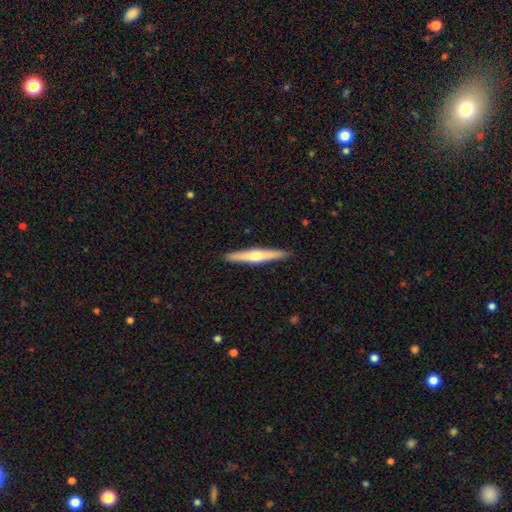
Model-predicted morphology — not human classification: This is possibly a featured or disk galaxy (58%). It is clearly viewed edge-on (97%). Edge-on bulge: clearly rounded (88%). Merging: clearly none (92%).